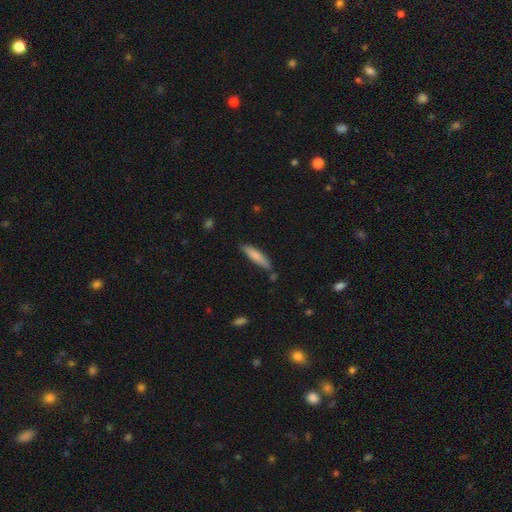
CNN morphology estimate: Overall: smooth (76%). How rounded: cigar-shaped (84%). Merging: none (78%).